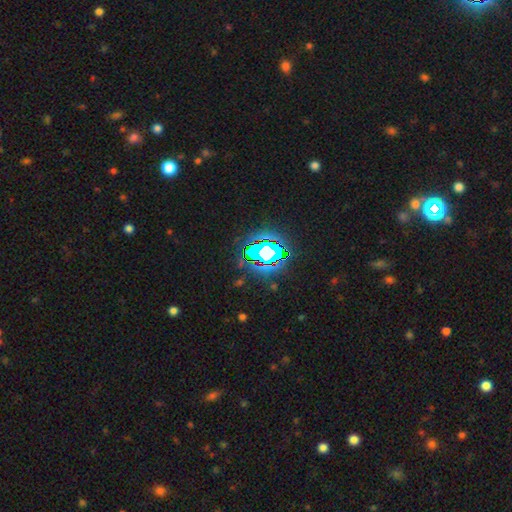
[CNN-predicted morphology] A star or artifact, not a galaxy (79%).